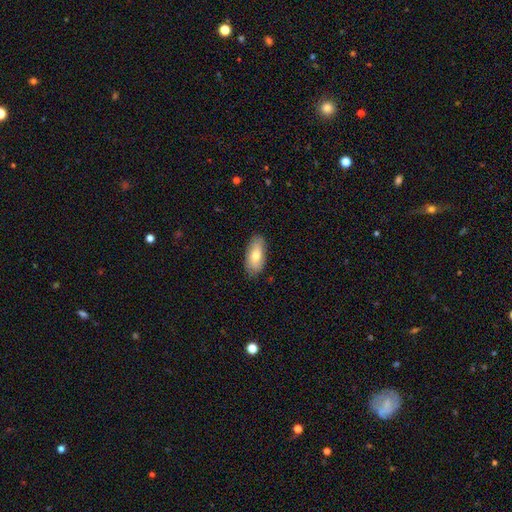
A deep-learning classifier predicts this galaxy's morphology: smooth-or-featured: smooth: 69% | featured or disk: 24% | star or artifact: 6%
  how-rounded: in between: 89% | cigar-shaped: 8% | round: 3%
  merging: none: 85% | minor disturbance: 12% | major disturbance: 2% | merger: 1%